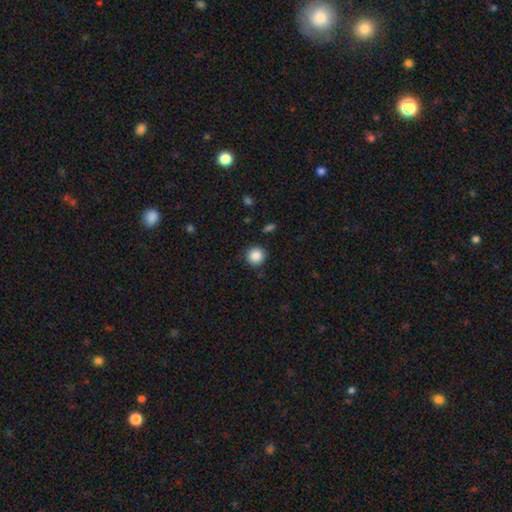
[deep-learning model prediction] Morphology: type=smooth (87%); roundness=round (93%); merging=none (89%).